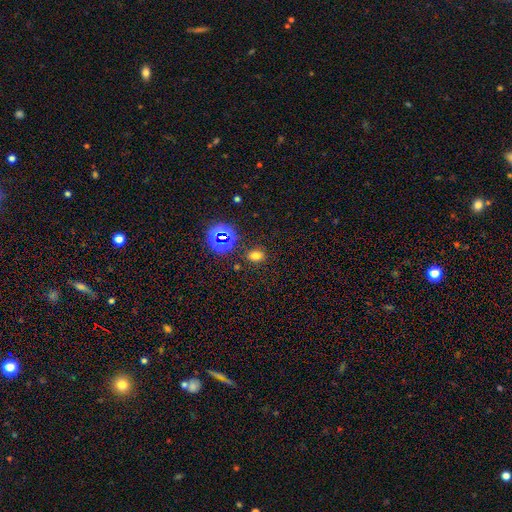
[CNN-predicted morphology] A smooth galaxy with no disk features (67%) that is in between round and cigar-shaped (64%). Merging: none (84%).